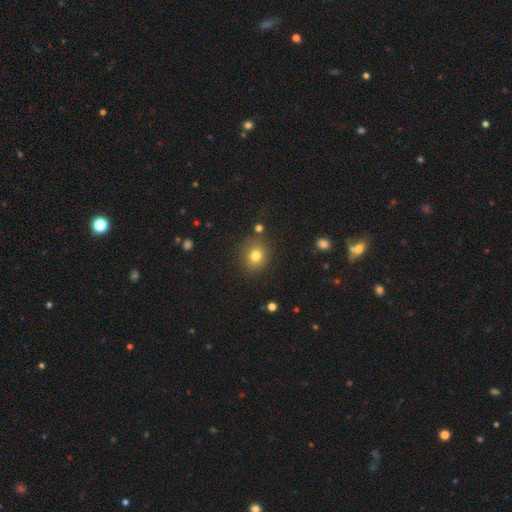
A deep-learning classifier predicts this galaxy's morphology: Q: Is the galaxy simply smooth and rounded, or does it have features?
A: smooth — 77%.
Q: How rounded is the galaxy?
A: round — 76%.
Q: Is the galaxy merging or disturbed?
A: none — 83%.